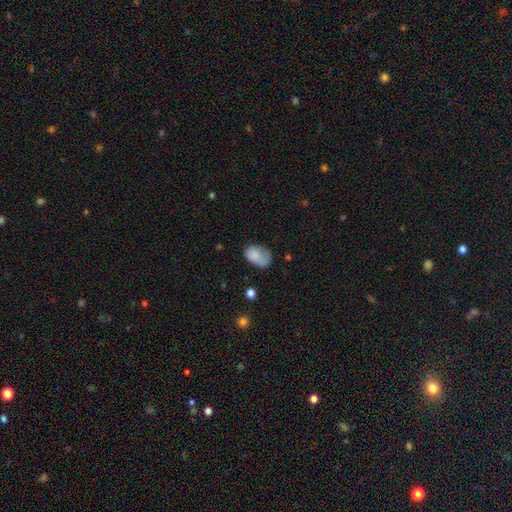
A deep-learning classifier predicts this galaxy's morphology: Smooth or featured? smooth (79%)
How rounded? in between (84%)
Merging? none (46%)